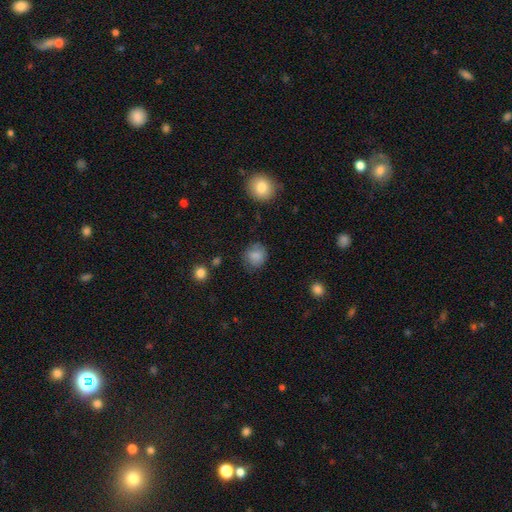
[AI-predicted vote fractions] Smooth or featured? Predicted: smooth (p=0.81). How rounded? Predicted: round (p=0.76). Merging? Predicted: none (p=0.73).